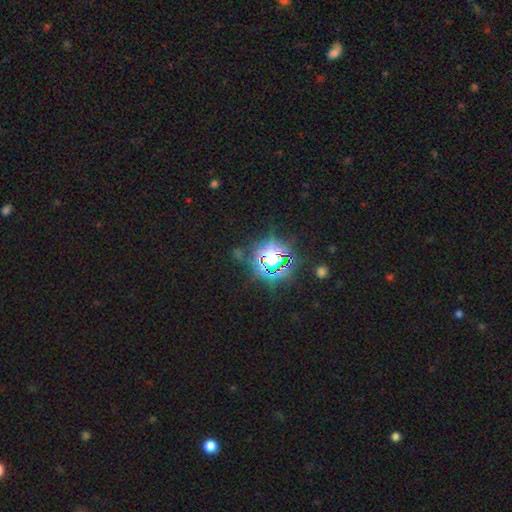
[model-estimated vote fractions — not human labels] This appears to be a star or artifact, not a galaxy (80%).